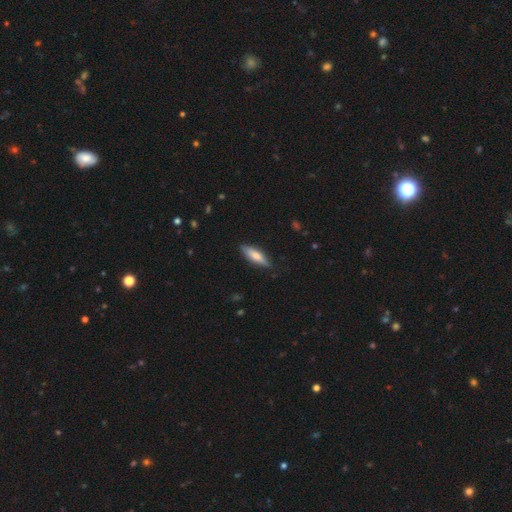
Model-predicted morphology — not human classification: smooth-or-featured: smooth: 67% | featured or disk: 27% | star or artifact: 6%
  how-rounded: cigar-shaped: 56% | in between: 42% | round: 2%
  merging: none: 85% | minor disturbance: 12% | major disturbance: 2% | merger: 1%